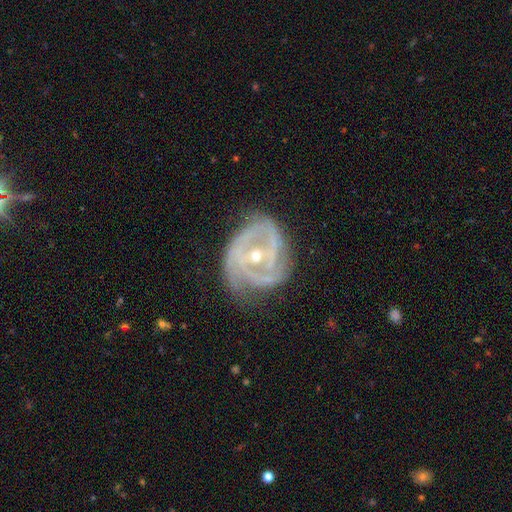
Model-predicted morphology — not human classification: A featured or disk galaxy (86%) with no bar (39%), 2 (31%) tight (56%) spiral arms (90%) and a small central bulge (53%). Merging: none (52%).